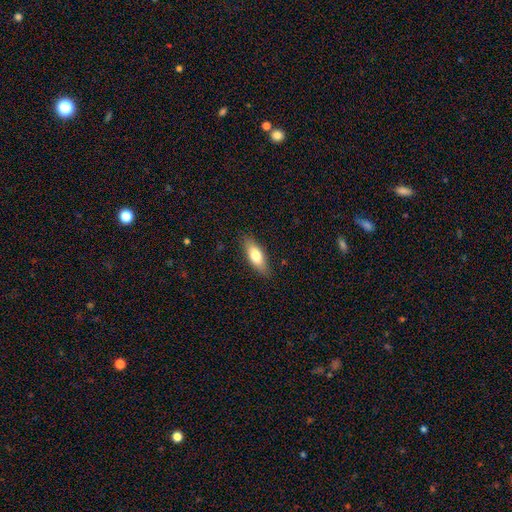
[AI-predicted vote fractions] This appears to be a smooth galaxy with no disk features (72%) that is in between round and cigar-shaped (70%). Merging: none (84%).